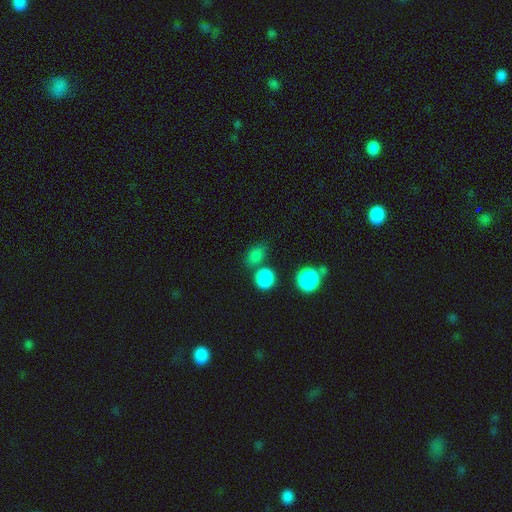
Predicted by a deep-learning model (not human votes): This appears to be a smooth galaxy with no disk features (82%) that is in between round and cigar-shaped (53%). Merging: none (64%).